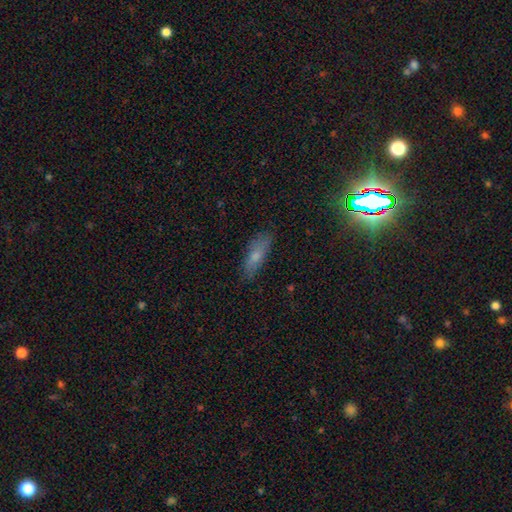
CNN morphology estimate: type=smooth (68%); roundness=in between (54%); merging=none (80%).